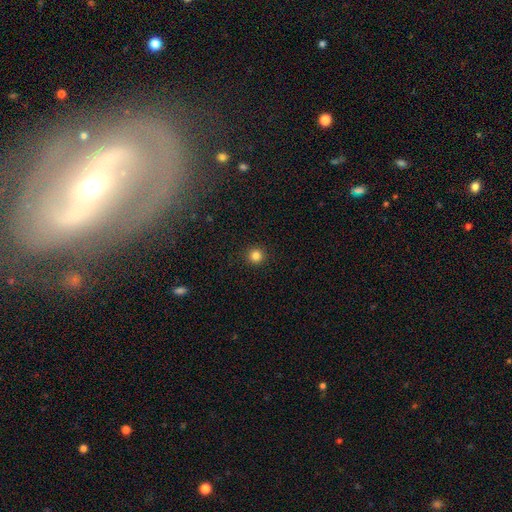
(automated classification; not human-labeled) Overall: smooth (84%). How rounded: round (95%). Merging: none (93%).